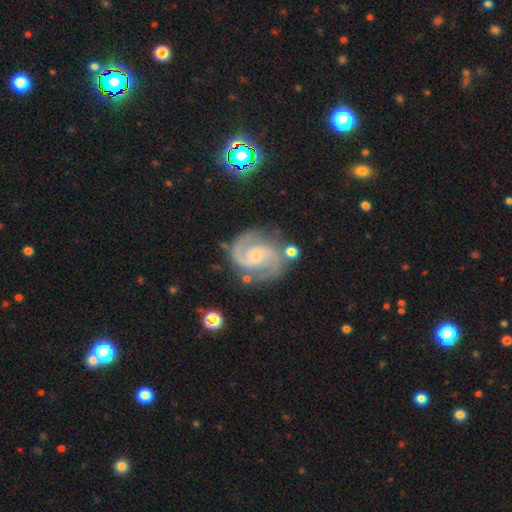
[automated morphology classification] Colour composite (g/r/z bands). It shows a featured or disk galaxy (89%) with no bar (57%), 2 (90%) medium (55%) spiral arms (98%) and a small central bulge (77%). Merging: none (74%).